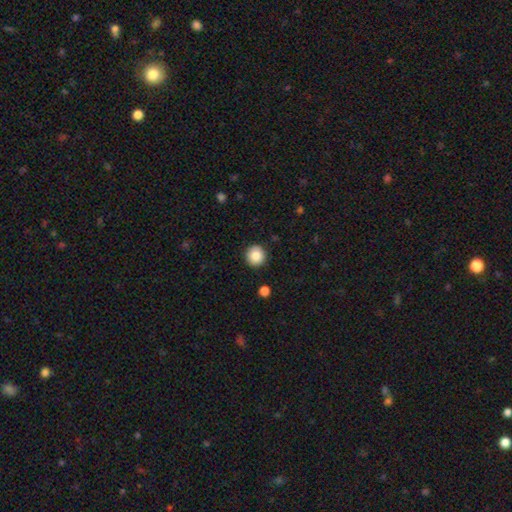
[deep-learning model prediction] The model was most divided on "smooth or featured": smooth: 83%, star or artifact: 9%, featured or disk: 8%. More confident: how rounded — round (95%); merging — none (92%).